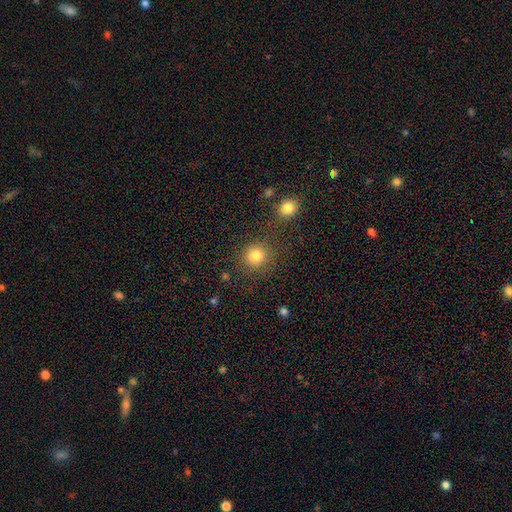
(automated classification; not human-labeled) Smooth or featured?
  - smooth: 83% *
  - star or artifact: 12%
  - featured or disk: 5%
How rounded?
  - round: 89% *
  - in between: 10%
  - cigar-shaped: 1%
Merging?
  - none: 78% *
  - minor disturbance: 9%
  - merger: 9%
  - major disturbance: 5%